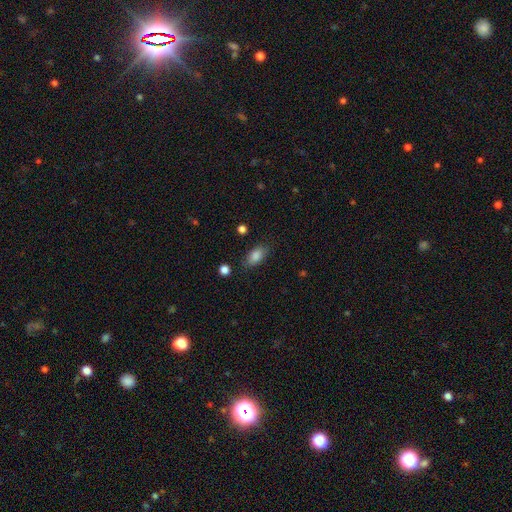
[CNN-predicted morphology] smooth-or-featured: smooth: 85% | star or artifact: 8% | featured or disk: 7%
  how-rounded: in between: 89% | round: 6% | cigar-shaped: 6%
  merging: none: 81% | minor disturbance: 13% | major disturbance: 3% | merger: 2%